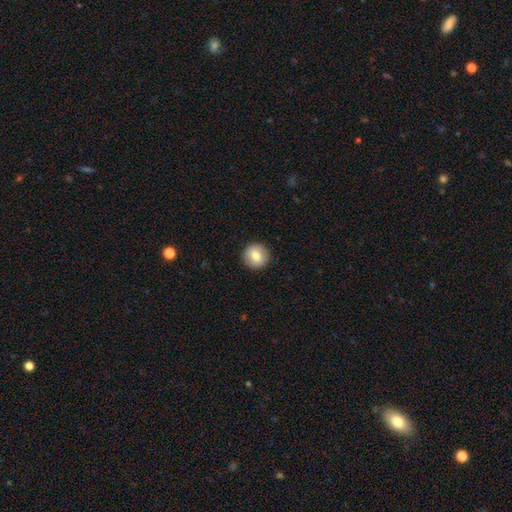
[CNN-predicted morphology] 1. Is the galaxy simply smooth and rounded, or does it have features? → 76% smooth, 16% featured or disk, 8% star or artifact.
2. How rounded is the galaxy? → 95% round, 4% in between, 1% cigar-shaped.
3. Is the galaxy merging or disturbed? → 92% none, 5% minor disturbance, 2% major disturbance, 1% merger.